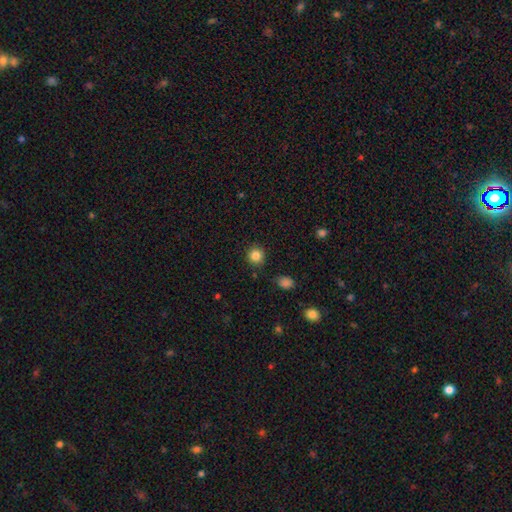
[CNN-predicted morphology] smooth 84%, star or artifact 11%, featured or disk 5%. Down the decision tree: how rounded — round (92%); merging — none (88%).